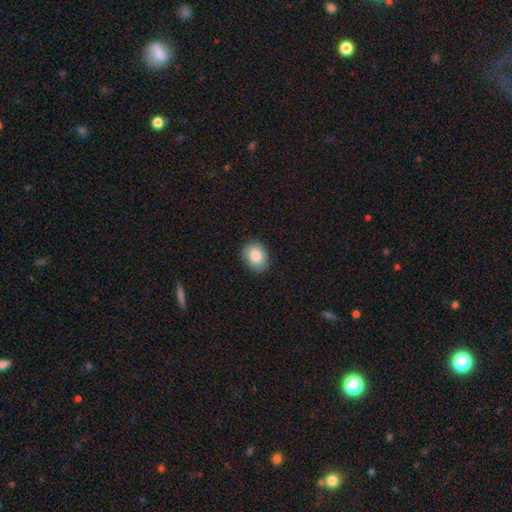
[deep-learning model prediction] This appears to be a smooth galaxy with no disk features (84%) that is in between round and cigar-shaped (53%). Merging: none (85%).